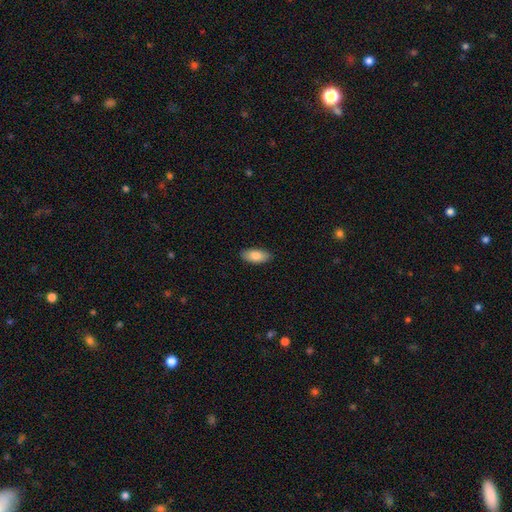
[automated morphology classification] A smooth galaxy with no disk features (84%) that is in between round and cigar-shaped (89%). Merging: none (89%).